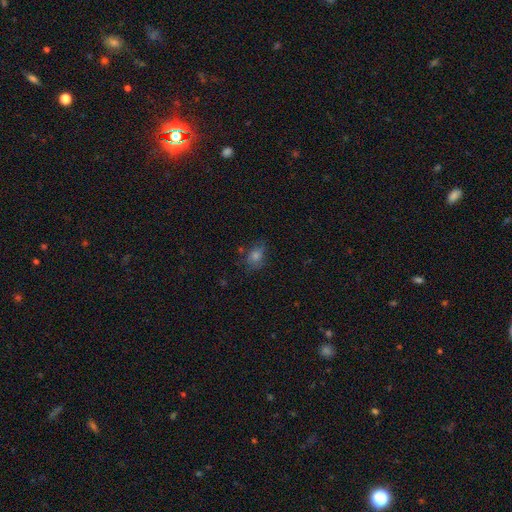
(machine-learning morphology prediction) Smooth or featured: smooth — 58% (star or artifact — 25%)
How rounded: in between — 57% (round — 40%)
Merging: none — 68% (minor disturbance — 21%)